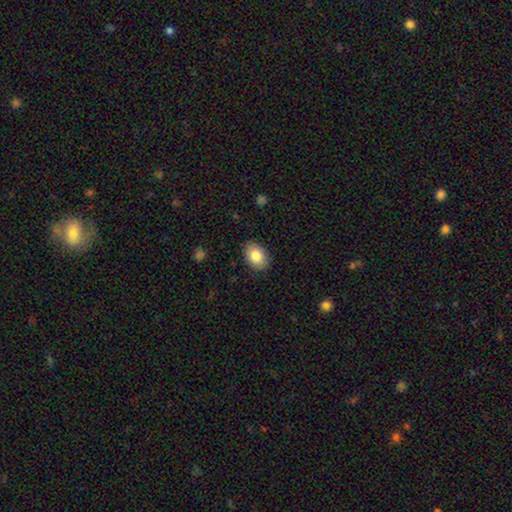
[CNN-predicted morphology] This is clearly a smooth galaxy (83%). How rounded: clearly in between (81%). Merging: clearly none (87%).